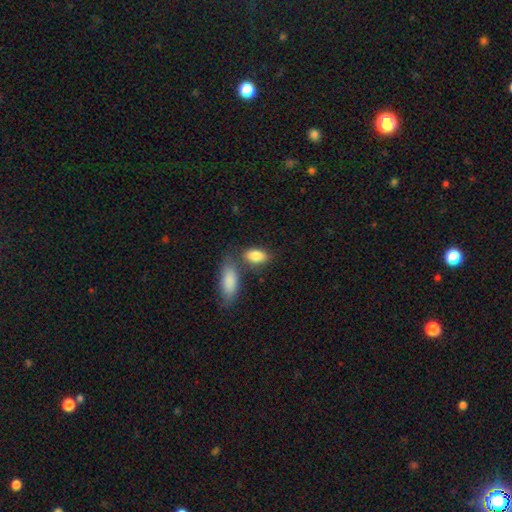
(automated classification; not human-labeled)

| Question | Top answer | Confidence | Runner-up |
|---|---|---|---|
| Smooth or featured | smooth | 87% | featured or disk (7%) |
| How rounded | in between | 89% | cigar-shaped (6%) |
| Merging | none | 56% | merger (25%) |